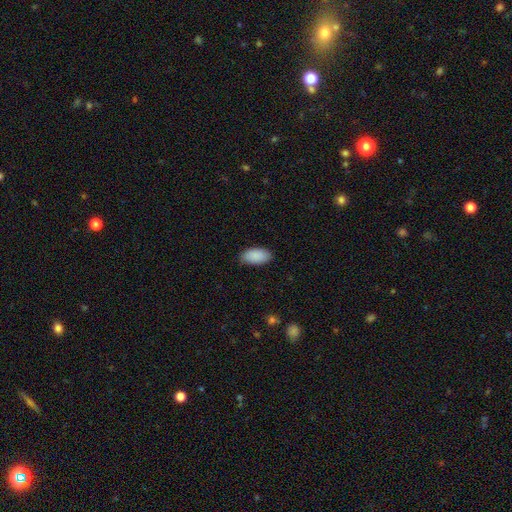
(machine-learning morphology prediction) Smooth or featured?
  - smooth: 90% *
  - star or artifact: 6%
  - featured or disk: 4%
How rounded?
  - in between: 95% *
  - cigar-shaped: 3%
  - round: 2%
Merging?
  - none: 83% *
  - minor disturbance: 14%
  - major disturbance: 2%
  - merger: 1%